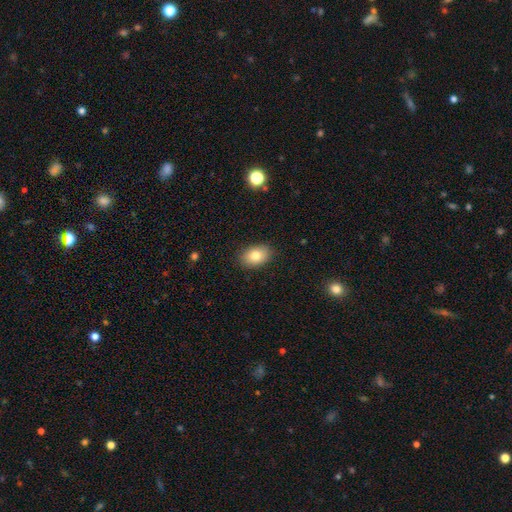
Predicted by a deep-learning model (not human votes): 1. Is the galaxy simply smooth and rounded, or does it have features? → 81% smooth, 11% featured or disk, 9% star or artifact.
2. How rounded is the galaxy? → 84% in between, 15% round, 1% cigar-shaped.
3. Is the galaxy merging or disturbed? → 87% none, 9% minor disturbance, 2% major disturbance, 1% merger.